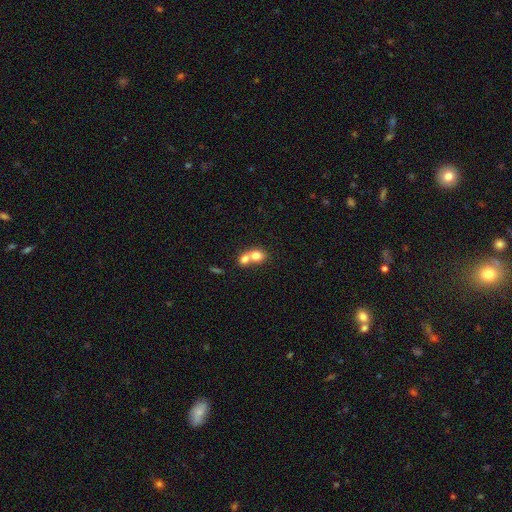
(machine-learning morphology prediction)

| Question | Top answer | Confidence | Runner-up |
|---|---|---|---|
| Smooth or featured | smooth | 75% | featured or disk (16%) |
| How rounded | round | 55% | in between (43%) |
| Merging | merger | 71% | none (22%) |